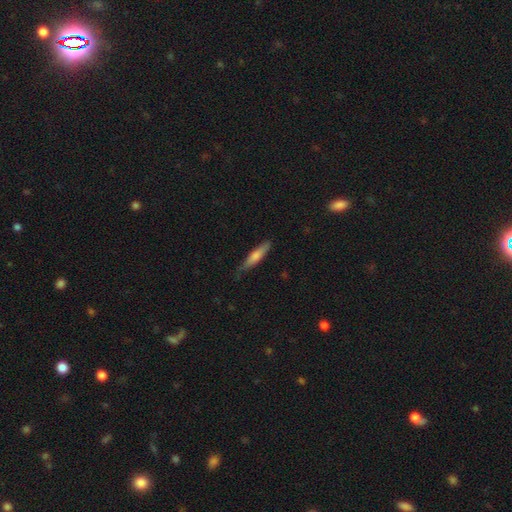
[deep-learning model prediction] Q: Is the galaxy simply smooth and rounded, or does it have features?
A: smooth — 61%.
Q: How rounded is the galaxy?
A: cigar-shaped — 85%.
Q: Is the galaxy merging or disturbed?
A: none — 75%.